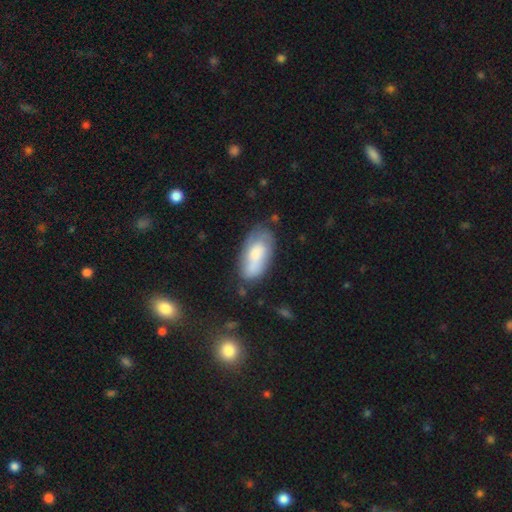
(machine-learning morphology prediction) The model was most divided on "merging": none: 55%, minor disturbance: 28%, major disturbance: 11%, merger: 7%. More confident: how rounded — in between (89%); smooth or featured — smooth (62%).